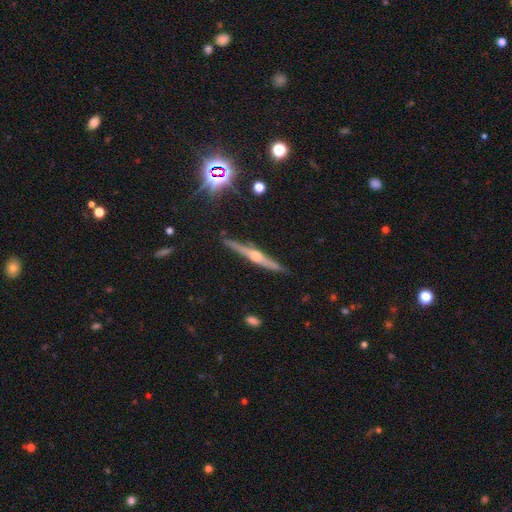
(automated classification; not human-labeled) A featured or disk galaxy (80%) viewed edge-on (98%) with a rounded central bulge (91%). Merging: none (90%).